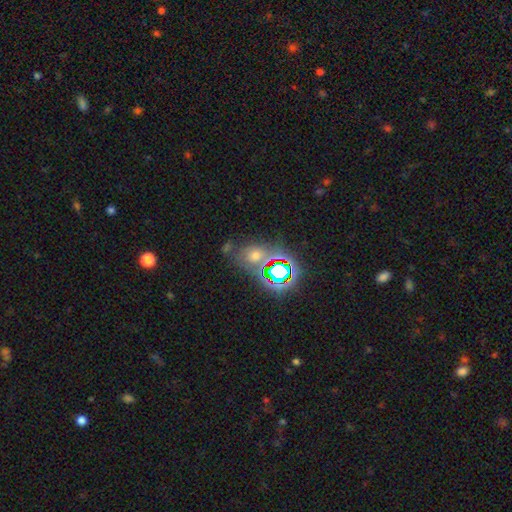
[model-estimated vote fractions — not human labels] A smooth galaxy with no disk features (45%).

Vote fractions:
- Smooth or featured? smooth: 45% / star or artifact: 42% / featured or disk: 13%
- Merging? none: 63% / merger: 17% / minor disturbance: 13% / major disturbance: 7%